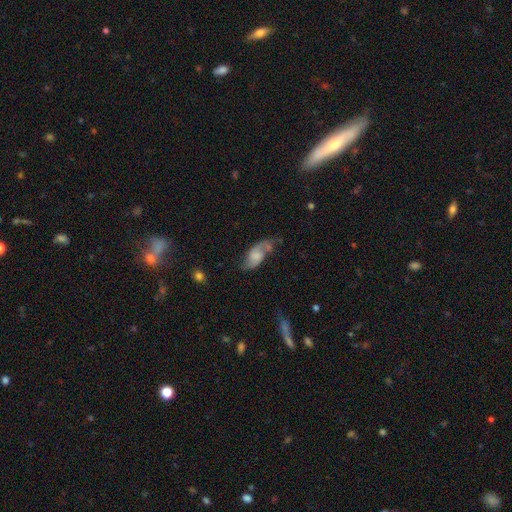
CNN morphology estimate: A featured or disk galaxy (64%) with no bar (50%), 2 (83%) loose (52%) spiral arms (90%) and no central bulge (31%). Merging: none (49%).